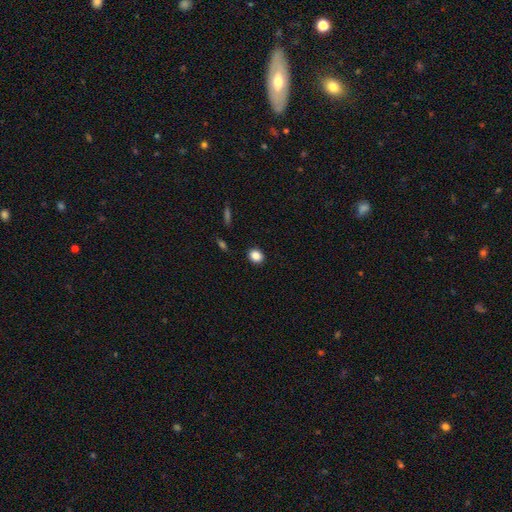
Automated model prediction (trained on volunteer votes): Smooth or featured?
  - smooth: 87% *
  - star or artifact: 9%
  - featured or disk: 4%
How rounded?
  - round: 58% *
  - in between: 41%
  - cigar-shaped: 1%
Merging?
  - none: 90% *
  - minor disturbance: 7%
  - major disturbance: 2%
  - merger: 1%